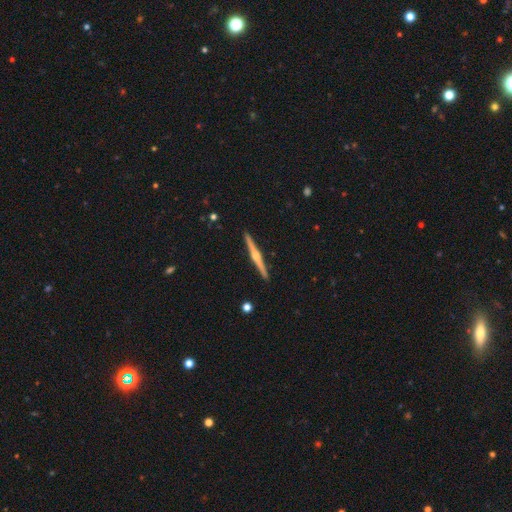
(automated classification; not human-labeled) Smooth or featured? Predicted: featured or disk (p=0.81). Edge-on disk? Predicted: yes (p=0.99). Edge-on bulge? Predicted: rounded (p=0.89). Merging? Predicted: none (p=0.93).